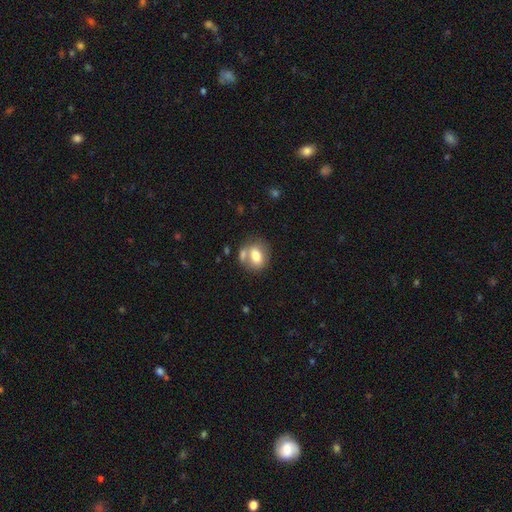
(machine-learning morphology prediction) The model was most divided on "merging": none: 49%, merger: 30%, minor disturbance: 15%, major disturbance: 6%. More confident: smooth or featured — smooth (74%); how rounded — in between (64%).